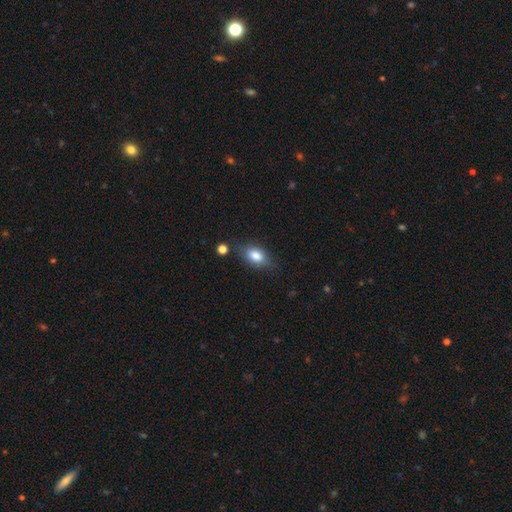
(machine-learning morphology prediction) Smooth or featured? Predicted: smooth (p=0.81). How rounded? Predicted: in between (p=0.83). Merging? Predicted: none (p=0.72).